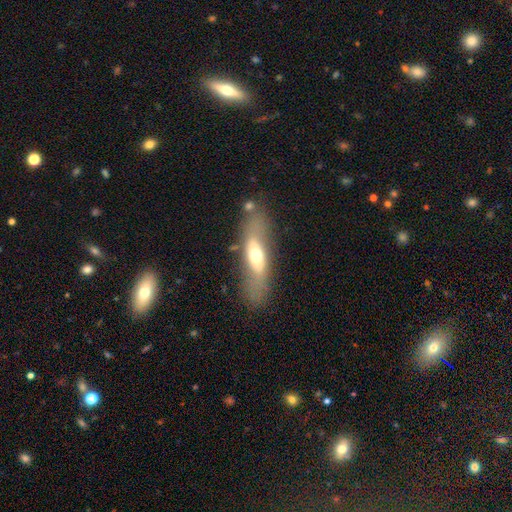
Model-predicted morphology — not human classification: type=smooth (47%); merging=none (73%).